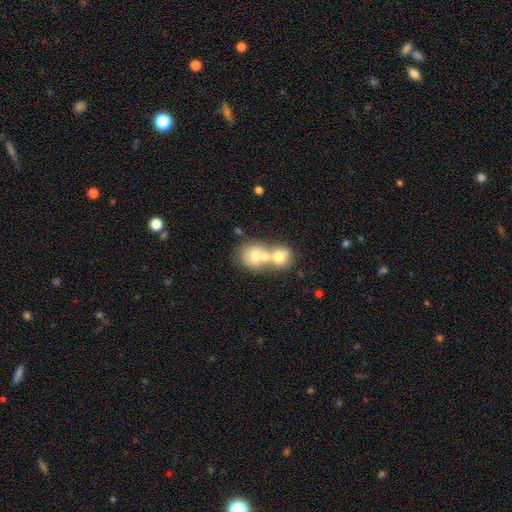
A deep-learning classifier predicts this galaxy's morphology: smooth-or-featured: smooth: 60% | featured or disk: 30% | star or artifact: 10%
  how-rounded: round: 69% | in between: 30% | cigar-shaped: 1%
  merging: merger: 73% | none: 18% | minor disturbance: 5% | major disturbance: 3%